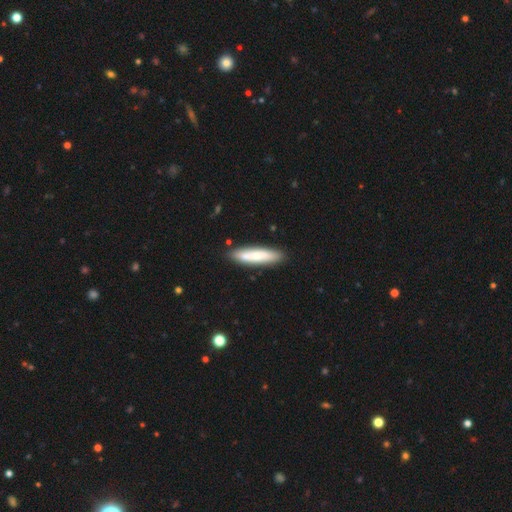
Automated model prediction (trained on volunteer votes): Smooth or featured: smooth — 67% (featured or disk — 28%)
How rounded: cigar-shaped — 77% (in between — 22%)
Merging: none — 85% (minor disturbance — 10%)